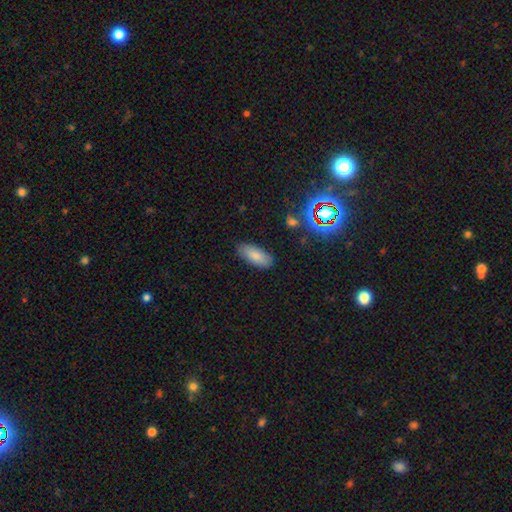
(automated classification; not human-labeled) Overall: smooth (82%). How rounded: in between (85%). Merging: none (85%).